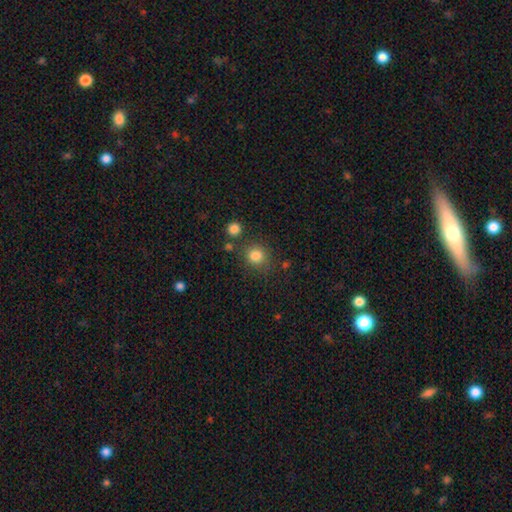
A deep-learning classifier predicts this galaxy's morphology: Smooth or featured: smooth — 83% (star or artifact — 12%)
How rounded: round — 84% (in between — 15%)
Merging: none — 77% (minor disturbance — 11%)